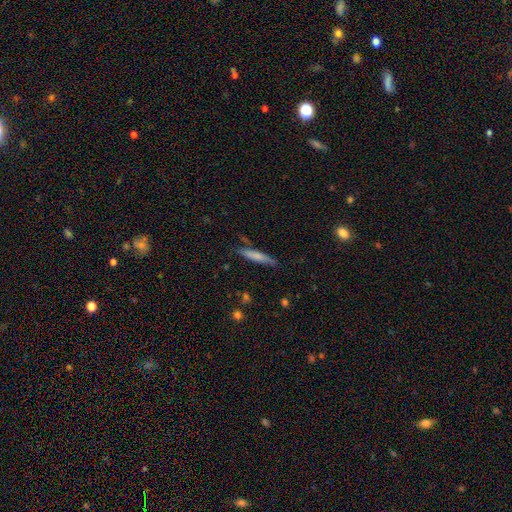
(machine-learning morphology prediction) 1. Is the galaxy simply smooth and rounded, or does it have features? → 67% smooth, 26% featured or disk, 6% star or artifact.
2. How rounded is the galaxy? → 91% cigar-shaped, 8% in between, 1% round.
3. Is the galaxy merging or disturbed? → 80% none, 14% minor disturbance, 3% merger, 3% major disturbance.